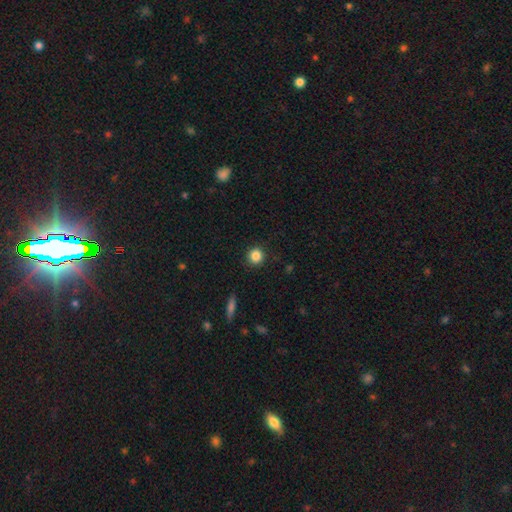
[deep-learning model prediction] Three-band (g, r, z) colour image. It shows a smooth galaxy with no disk features (85%) that is round (93%). Merging: none (91%).